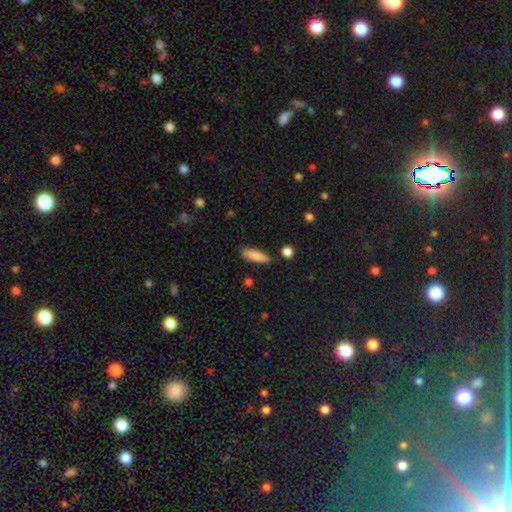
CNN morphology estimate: Smooth or featured: smooth — 86% (featured or disk — 8%)
How rounded: in between — 51% (cigar-shaped — 47%)
Merging: none — 87% (minor disturbance — 9%)